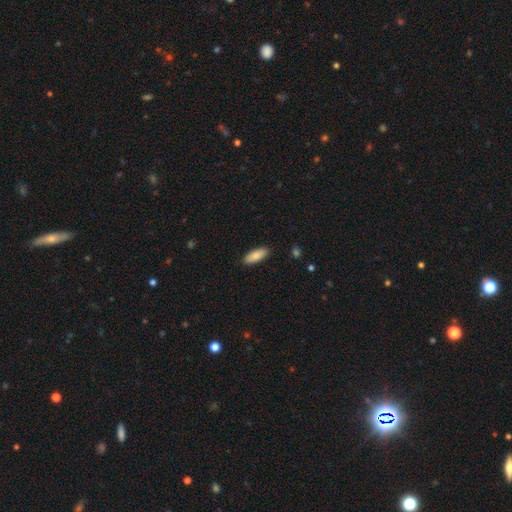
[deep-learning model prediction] A smooth galaxy with no disk features (85%) that is in between round and cigar-shaped (72%).

Vote fractions:
- Smooth or featured? smooth: 85% / featured or disk: 9% / star or artifact: 6%
- How rounded? in between: 72% / cigar-shaped: 26% / round: 2%
- Merging? none: 89% / minor disturbance: 8% / major disturbance: 2% / merger: 1%